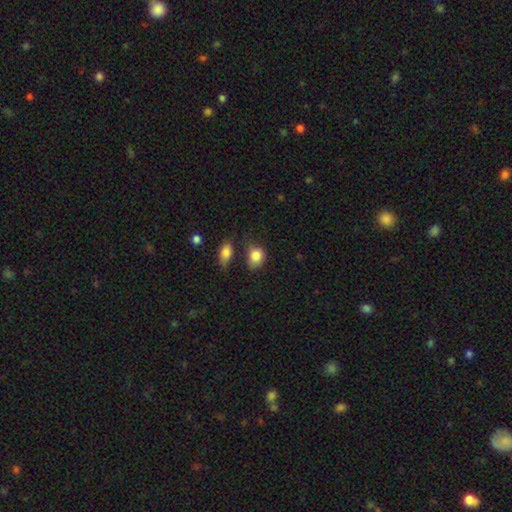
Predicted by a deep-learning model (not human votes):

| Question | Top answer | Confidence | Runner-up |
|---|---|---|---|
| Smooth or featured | smooth | 84% | star or artifact (9%) |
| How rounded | in between | 54% | round (45%) |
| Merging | none | 45% | minor disturbance (30%) |